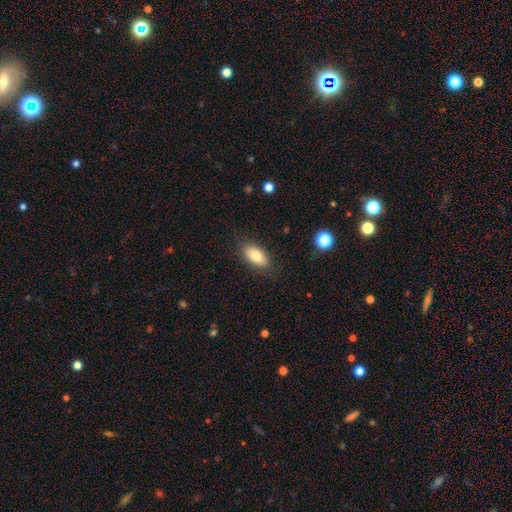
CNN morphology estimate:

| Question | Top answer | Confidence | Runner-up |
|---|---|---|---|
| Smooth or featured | smooth | 81% | featured or disk (12%) |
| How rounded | in between | 90% | cigar-shaped (6%) |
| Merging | none | 86% | minor disturbance (10%) |